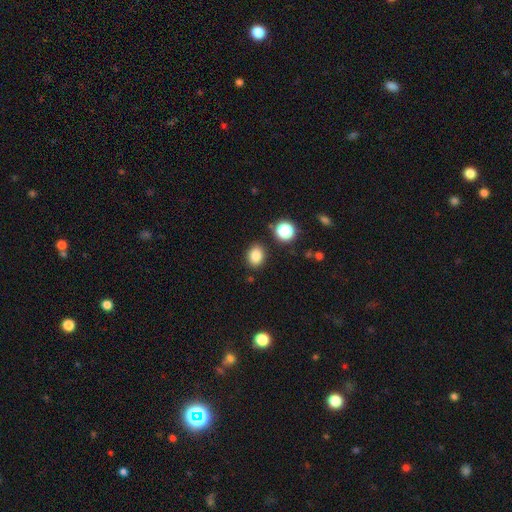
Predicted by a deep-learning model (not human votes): Morphology: type=smooth (84%); roundness=in between (56%); merging=none (85%).